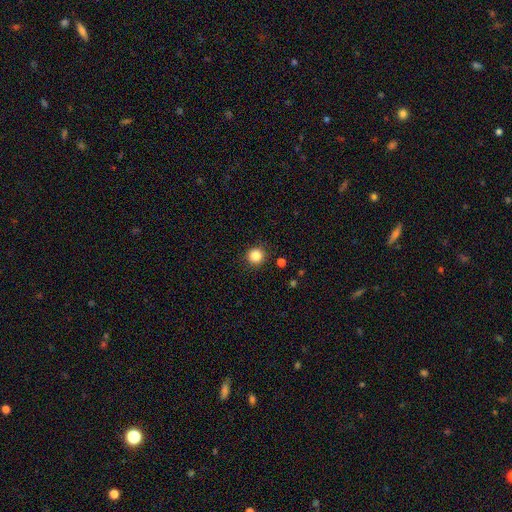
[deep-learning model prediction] Q: Smooth or featured?
A: smooth (85%); runner-up: star or artifact (11%)
Q: How rounded?
A: round (94%); runner-up: in between (5%)
Q: Merging?
A: none (90%); runner-up: minor disturbance (6%)